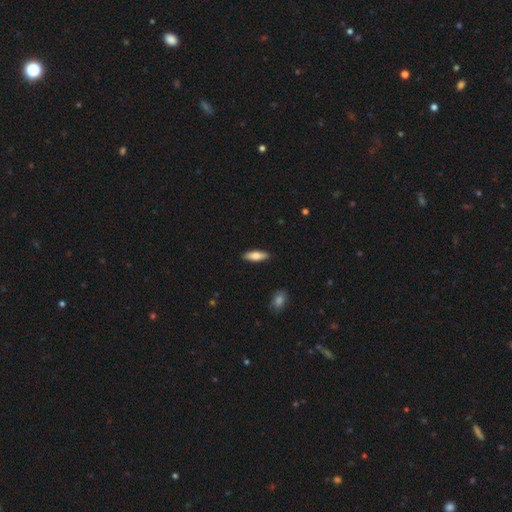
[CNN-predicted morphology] type=smooth (72%); roundness=in between (57%); merging=none (89%).